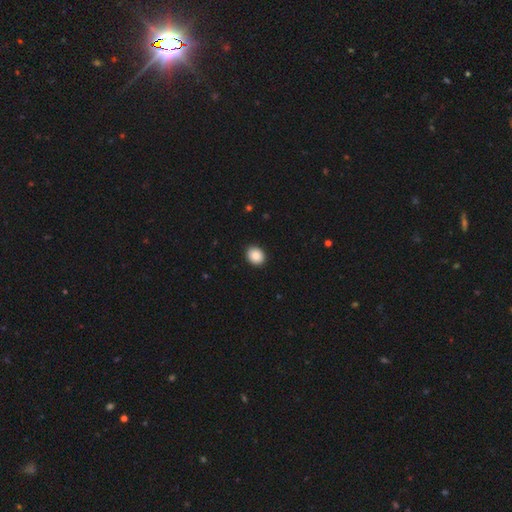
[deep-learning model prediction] This is clearly a smooth galaxy (87%). How rounded: possibly round (57%). Merging: clearly none (92%).